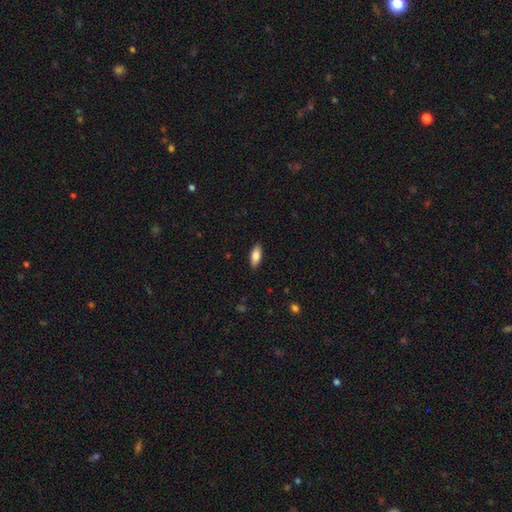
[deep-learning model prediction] A smooth galaxy with no disk features (83%) that is in between round and cigar-shaped (82%).

Vote fractions:
- Smooth or featured? smooth: 83% / featured or disk: 11% / star or artifact: 6%
- How rounded? in between: 82% / cigar-shaped: 16% / round: 2%
- Merging? none: 89% / minor disturbance: 9% / major disturbance: 2% / merger: 1%